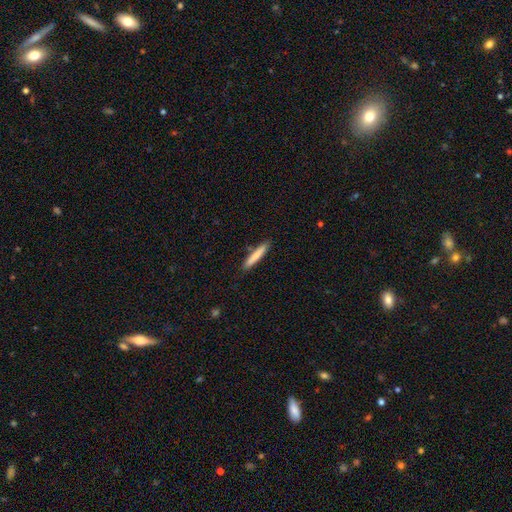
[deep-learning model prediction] Morphology: type=smooth (79%); roundness=cigar-shaped (94%); merging=none (87%).